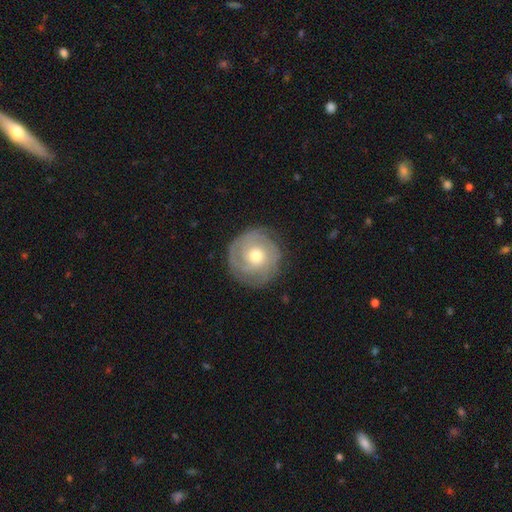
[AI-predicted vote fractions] Smooth or featured? featured or disk (67%)
Edge-on disk? no (97%)
Bar? no (80%)
Spiral arms? yes (85%)
Spiral winding? tight (69%)
Spiral arm count? can't tell (37%)
Bulge size? moderate (68%)
Merging? none (81%)